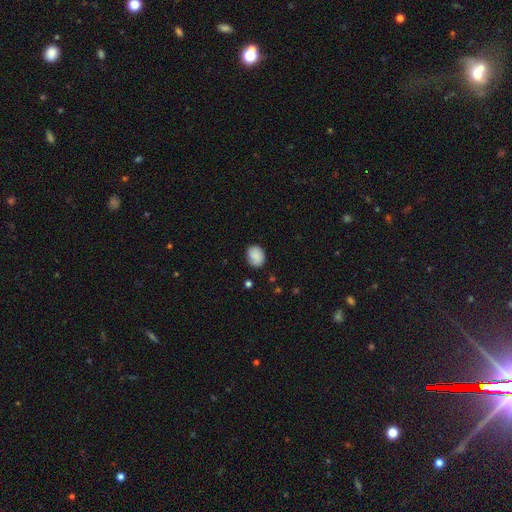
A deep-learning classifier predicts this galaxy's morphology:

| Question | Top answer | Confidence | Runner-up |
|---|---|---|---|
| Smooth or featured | smooth | 84% | featured or disk (8%) |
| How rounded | in between | 55% | round (44%) |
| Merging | none | 81% | minor disturbance (15%) |